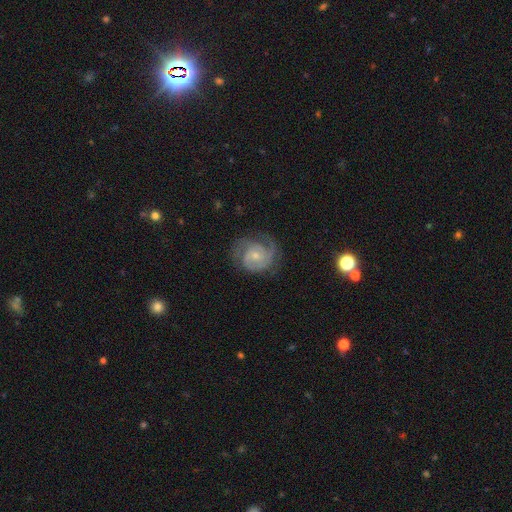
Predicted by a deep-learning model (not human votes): Smooth or featured? Predicted: featured or disk (p=0.82). Edge-on disk? Predicted: no (p=0.98). Bar? Predicted: no (p=0.68). Spiral arms? Predicted: yes (p=0.96). Spiral winding? Predicted: tight (p=0.49). Spiral arm count? Predicted: 2 (p=0.48). Bulge size? Predicted: small (p=0.68). Merging? Predicted: none (p=0.67).